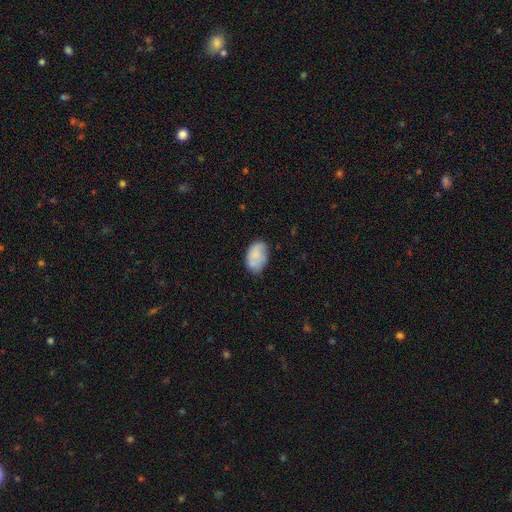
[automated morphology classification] Overall: smooth (76%). How rounded: in between (90%). Merging: none (64%; minor disturbance 27%).